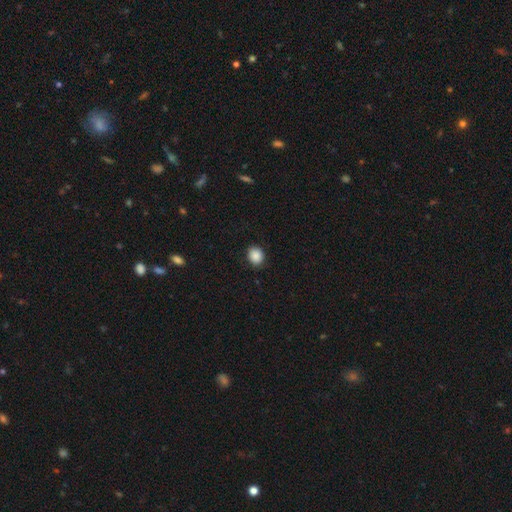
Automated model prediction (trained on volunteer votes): This appears to be a smooth galaxy with no disk features (89%) that is round (71%). Merging: none (89%).